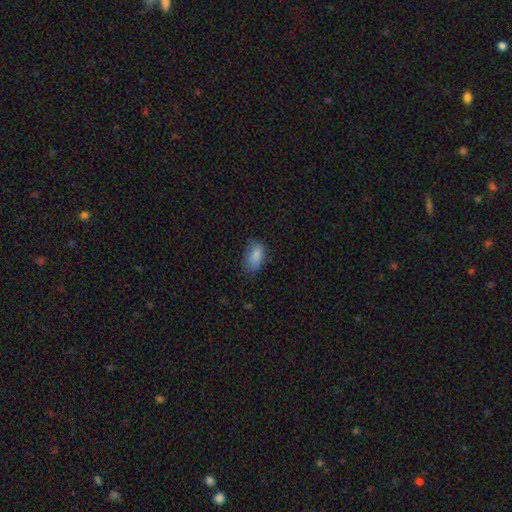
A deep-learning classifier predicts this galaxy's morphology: smooth_or_featured: smooth (p=0.85) [alt: star or artifact p=0.08]
how_rounded: in between (p=0.91) [alt: round p=0.06]
merging: none (p=0.65) [alt: minor disturbance p=0.27]